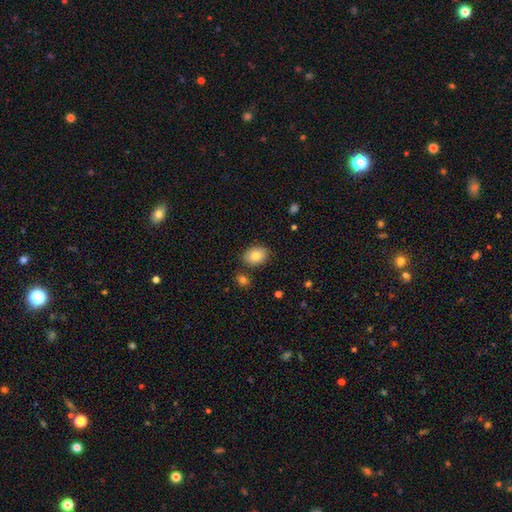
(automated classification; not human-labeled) Smooth or featured: smooth — 83% (featured or disk — 10%)
How rounded: in between — 79% (round — 20%)
Merging: none — 83% (minor disturbance — 11%)